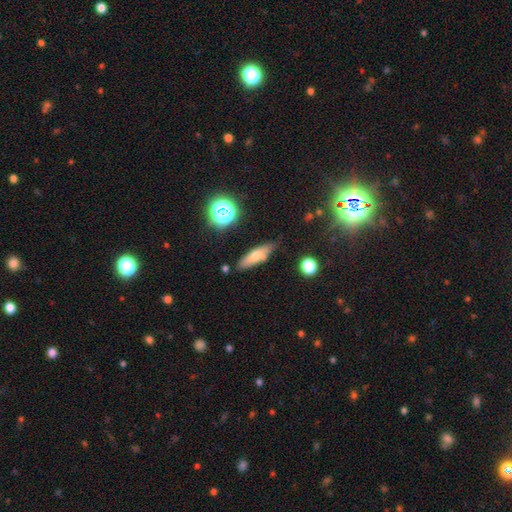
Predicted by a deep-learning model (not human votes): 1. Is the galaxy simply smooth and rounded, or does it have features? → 58% smooth, 30% featured or disk, 12% star or artifact.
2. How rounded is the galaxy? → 57% cigar-shaped, 39% in between, 4% round.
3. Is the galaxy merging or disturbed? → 76% none, 14% minor disturbance, 6% merger, 3% major disturbance.